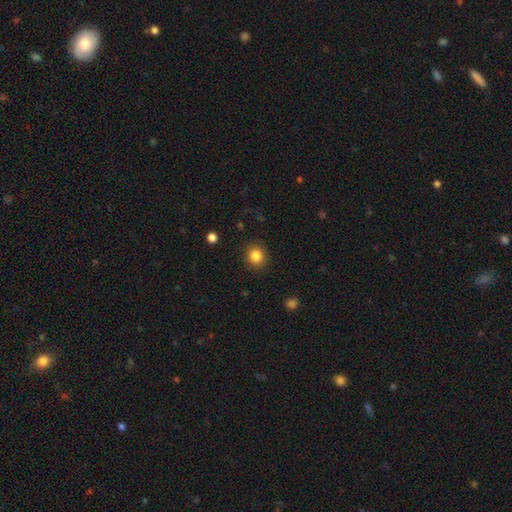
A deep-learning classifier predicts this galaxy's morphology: This is clearly a smooth galaxy (84%). How rounded: clearly round (84%). Merging: clearly none (90%).